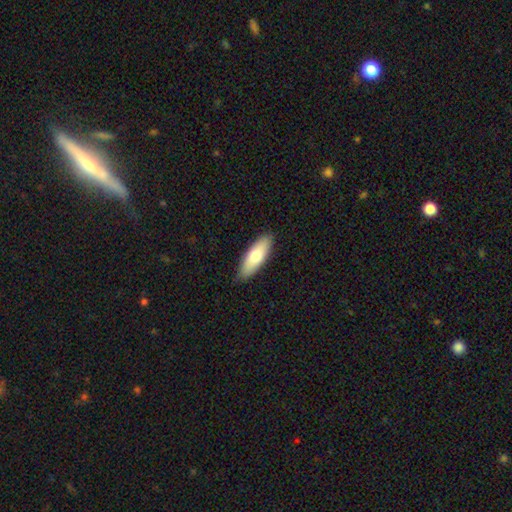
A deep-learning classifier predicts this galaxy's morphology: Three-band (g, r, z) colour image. It shows a smooth galaxy with no disk features (73%) that is in between round and cigar-shaped (62%). Merging: none (85%).